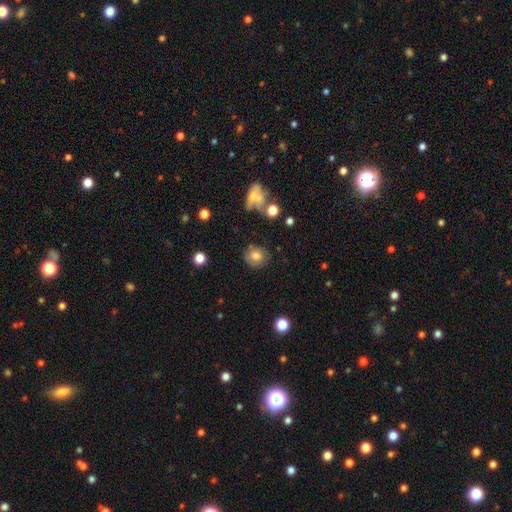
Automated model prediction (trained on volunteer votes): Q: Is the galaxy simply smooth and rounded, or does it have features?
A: smooth — 69%.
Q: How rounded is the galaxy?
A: round — 71%.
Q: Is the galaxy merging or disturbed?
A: none — 75%.